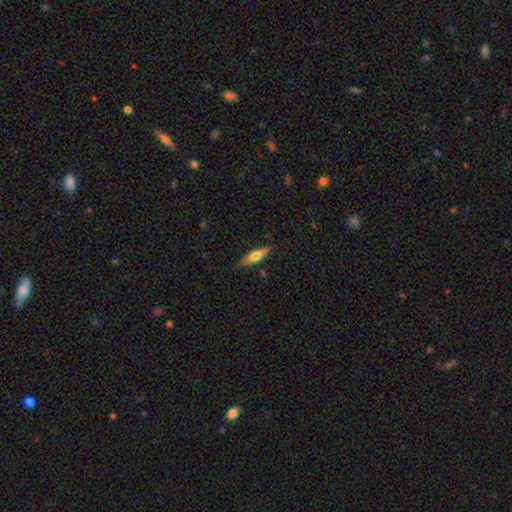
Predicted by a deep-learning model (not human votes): A featured or disk galaxy (57%) viewed edge-on (96%) with a rounded central bulge (89%).

Vote fractions:
- Smooth or featured? featured or disk: 57% / smooth: 37% / star or artifact: 6%
- Edge-on disk? yes: 96% / no: 4%
- Edge-on bulge? rounded: 89% / boxy: 7% / none: 5%
- Merging? none: 84% / minor disturbance: 12% / major disturbance: 2% / merger: 2%